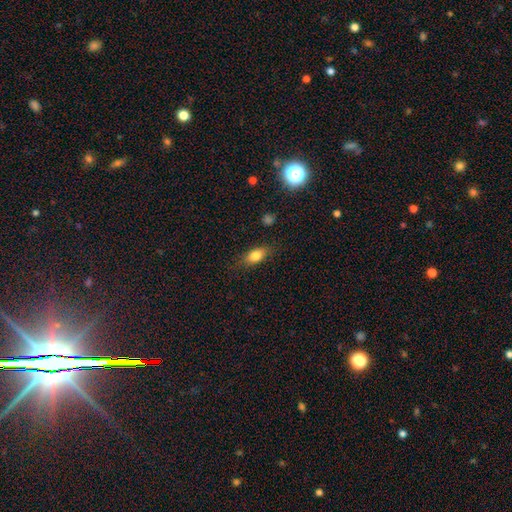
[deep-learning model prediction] This is likely a smooth galaxy (78%). How rounded: likely in between (77%). Merging: likely none (78%).